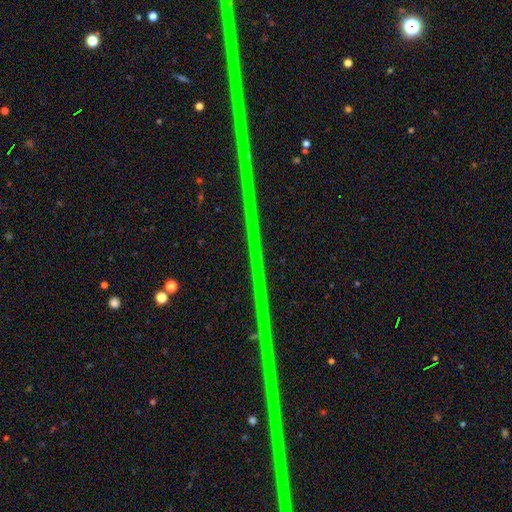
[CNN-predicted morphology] Q: Smooth or featured?
A: star or artifact (89%); runner-up: featured or disk (7%)